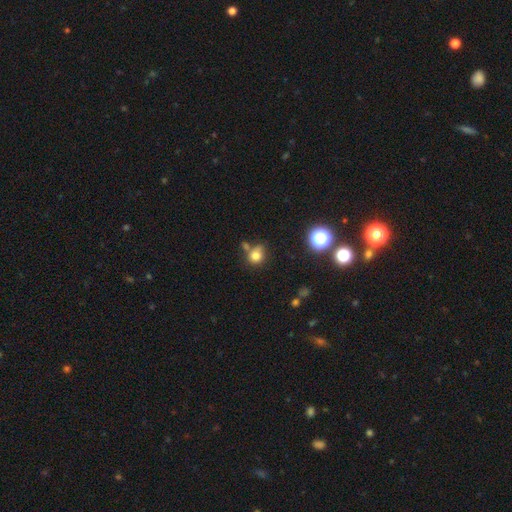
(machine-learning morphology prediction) smooth 78%, star or artifact 14%, featured or disk 8%. Down the decision tree: how rounded — round (75%); merging — none (57%).